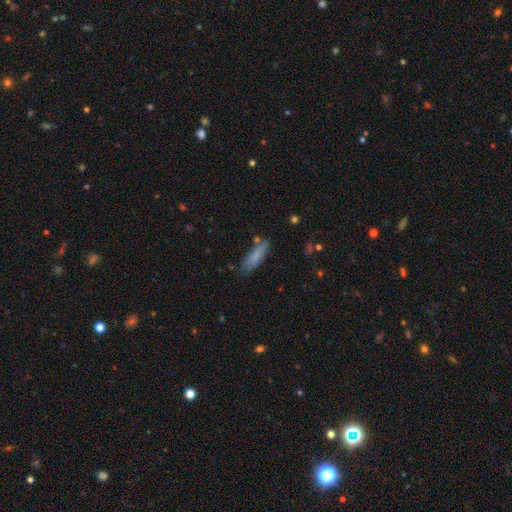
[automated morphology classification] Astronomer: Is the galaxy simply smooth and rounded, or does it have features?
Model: smooth — 80%.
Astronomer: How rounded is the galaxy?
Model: cigar-shaped — 58% (runner-up: in between, 41%).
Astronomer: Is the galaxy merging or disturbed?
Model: none — 76%.